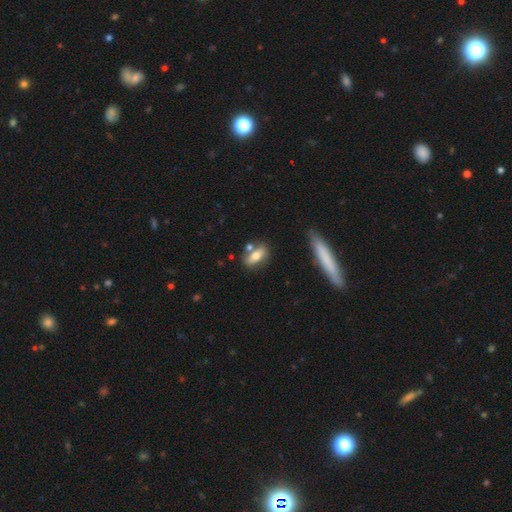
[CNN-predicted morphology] smooth_or_featured: smooth (p=0.62) [alt: featured or disk p=0.30]
how_rounded: in between (p=0.69) [alt: cigar-shaped p=0.24]
merging: none (p=0.66) [alt: merger p=0.16]